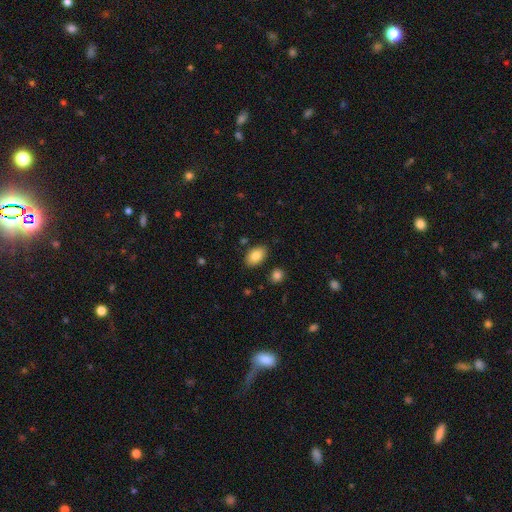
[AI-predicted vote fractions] smooth 84%, featured or disk 9%, star or artifact 7%. Down the decision tree: how rounded — in between (91%); merging — none (84%).